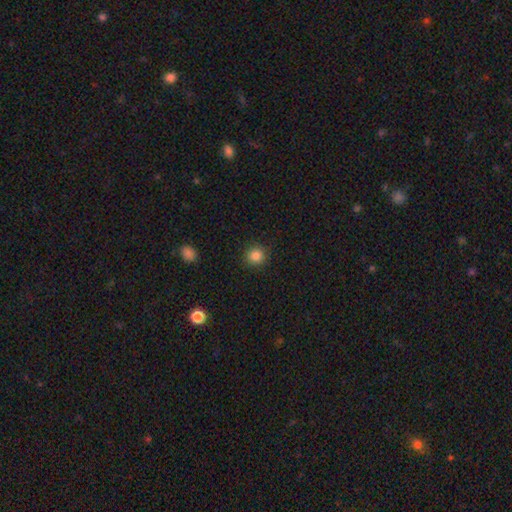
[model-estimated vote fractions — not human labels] smooth_or_featured: smooth (p=0.85) [alt: star or artifact p=0.11]
how_rounded: round (p=0.92) [alt: in between p=0.07]
merging: none (p=0.91) [alt: minor disturbance p=0.06]